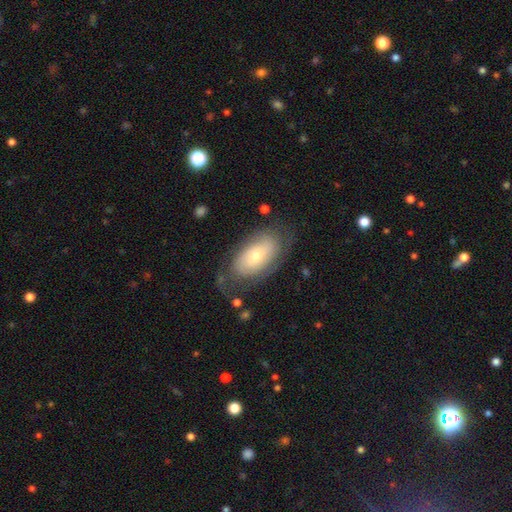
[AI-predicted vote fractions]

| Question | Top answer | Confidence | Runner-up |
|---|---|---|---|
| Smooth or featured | featured or disk | 48% | smooth (45%) |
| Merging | none | 61% | minor disturbance (22%) |